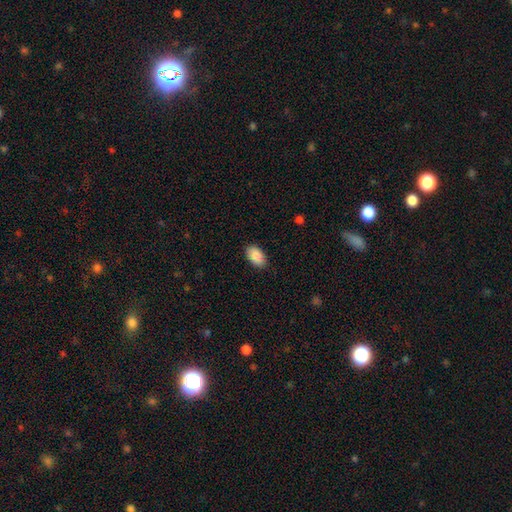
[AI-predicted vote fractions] Smooth or featured? smooth (90%)
How rounded? in between (94%)
Merging? none (85%)